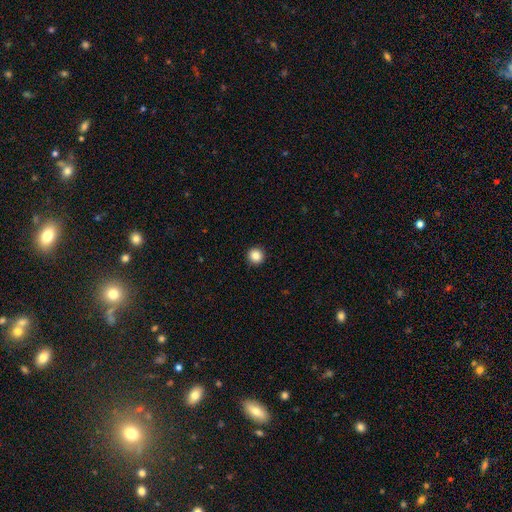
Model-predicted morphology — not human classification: smooth_or_featured: smooth (p=0.86) [alt: star or artifact p=0.10]
how_rounded: round (p=0.95) [alt: in between p=0.04]
merging: none (p=0.93) [alt: minor disturbance p=0.04]